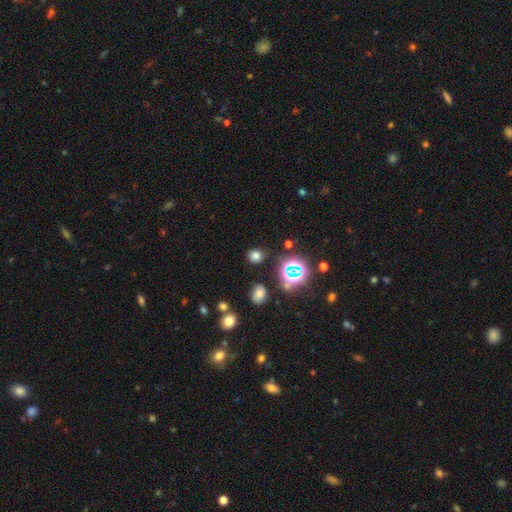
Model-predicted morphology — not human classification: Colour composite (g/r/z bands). It shows a smooth galaxy with no disk features (68%) that is round (78%). Merging: none (83%).